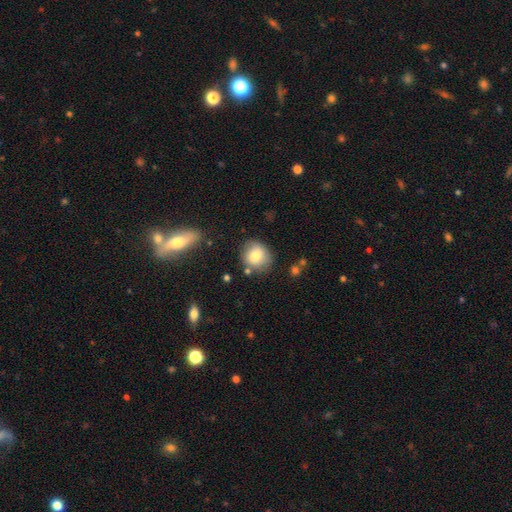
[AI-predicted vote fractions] smooth 76%, featured or disk 15%, star or artifact 9%. Down the decision tree: how rounded — round (84%); merging — none (75%).